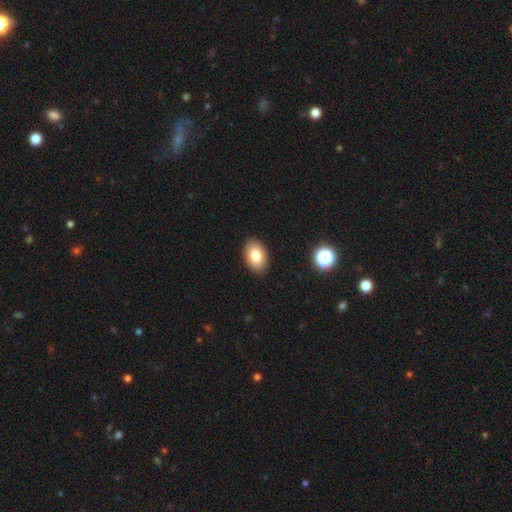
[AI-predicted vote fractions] A smooth galaxy with no disk features (81%) that is in between round and cigar-shaped (88%).

Vote fractions:
- Smooth or featured? smooth: 81% / featured or disk: 10% / star or artifact: 9%
- How rounded? in between: 88% / round: 11% / cigar-shaped: 1%
- Merging? none: 89% / minor disturbance: 8% / major disturbance: 2% / merger: 1%